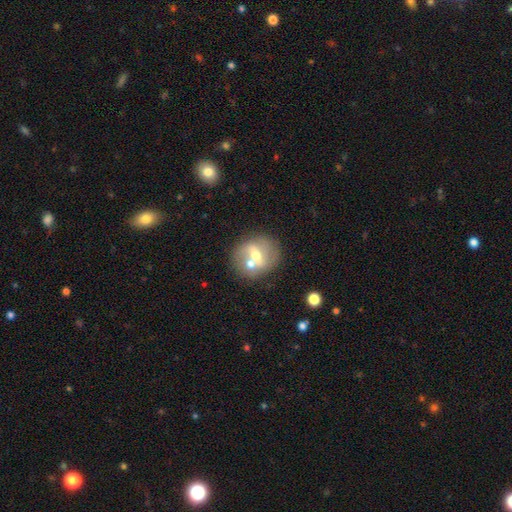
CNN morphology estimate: Smooth or featured? Predicted: featured or disk (p=0.51). Edge-on disk? Predicted: no (p=0.95). Merging? Predicted: none (p=0.58).